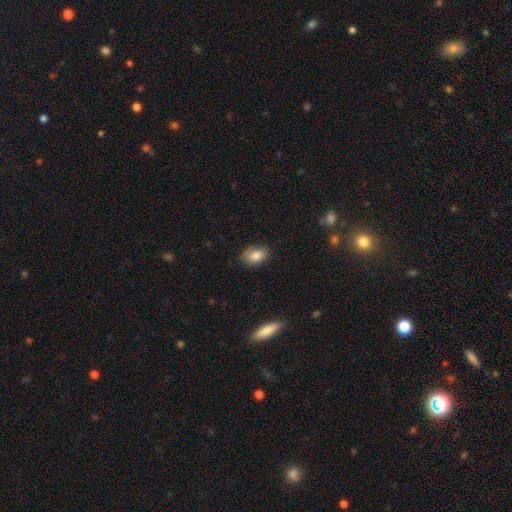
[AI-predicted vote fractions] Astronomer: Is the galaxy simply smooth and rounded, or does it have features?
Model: smooth — 83%.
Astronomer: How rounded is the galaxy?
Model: in between — 84%.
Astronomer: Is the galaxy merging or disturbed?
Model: none — 73%.